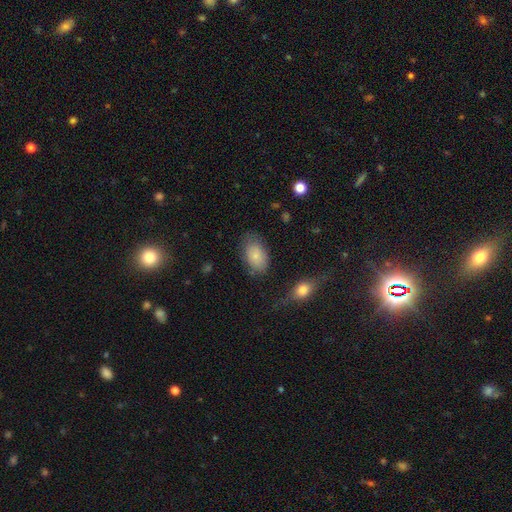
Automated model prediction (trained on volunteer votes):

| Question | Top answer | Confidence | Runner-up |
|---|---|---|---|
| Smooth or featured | smooth | 81% | featured or disk (11%) |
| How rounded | in between | 91% | round (8%) |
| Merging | none | 67% | minor disturbance (21%) |